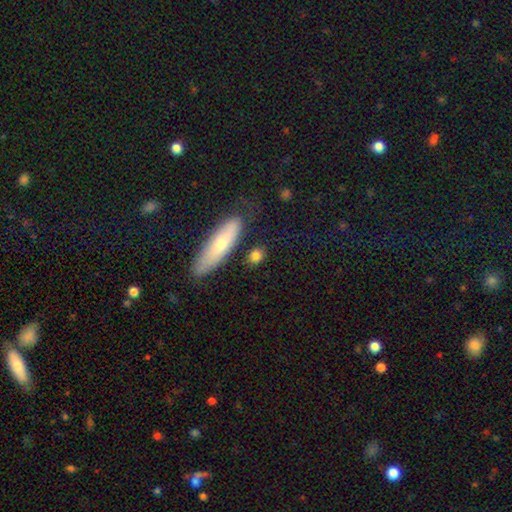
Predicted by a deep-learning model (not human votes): Smooth or featured? Predicted: smooth (p=0.79). How rounded? Predicted: round (p=0.43). Merging? Predicted: none (p=0.79).